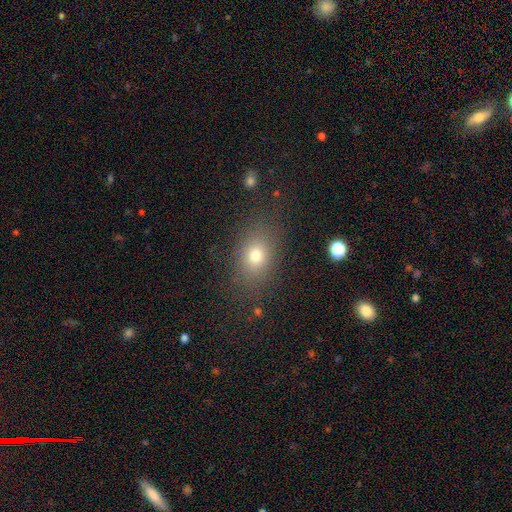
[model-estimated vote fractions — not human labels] A smooth galaxy with no disk features (74%) that is in between round and cigar-shaped (68%). Merging: none (81%).